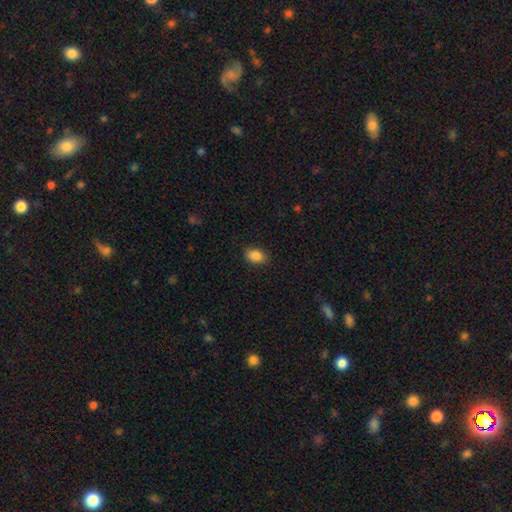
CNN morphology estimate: A smooth galaxy with no disk features (87%) that is in between round and cigar-shaped (81%).

Vote fractions:
- Smooth or featured? smooth: 87% / star or artifact: 8% / featured or disk: 4%
- How rounded? in between: 81% / round: 18% / cigar-shaped: 1%
- Merging? none: 87% / minor disturbance: 9% / major disturbance: 2% / merger: 1%